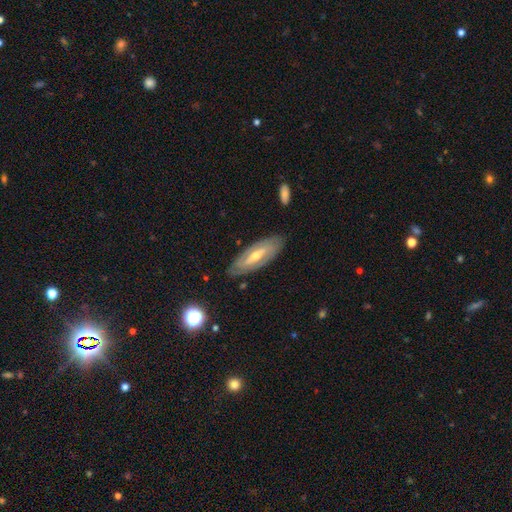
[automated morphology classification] type=featured or disk (70%); edge-on=no (78%); bar=weak (39%); spiral arms=yes (65%); bulge=moderate (55%); merging=none (83%).